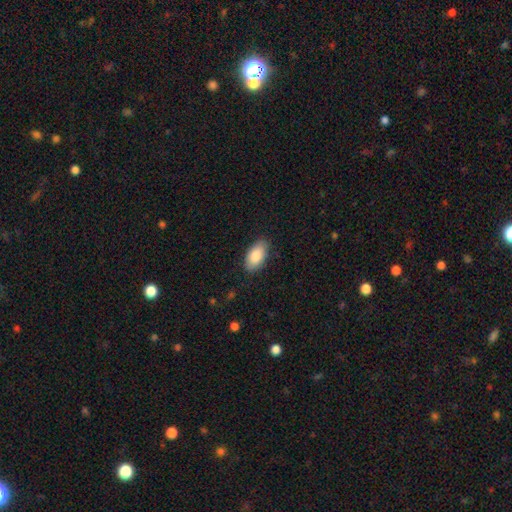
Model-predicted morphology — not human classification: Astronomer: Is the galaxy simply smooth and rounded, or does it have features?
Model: smooth — 87%.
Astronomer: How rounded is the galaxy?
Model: in between — 94%.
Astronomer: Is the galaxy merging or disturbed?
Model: none — 85%.